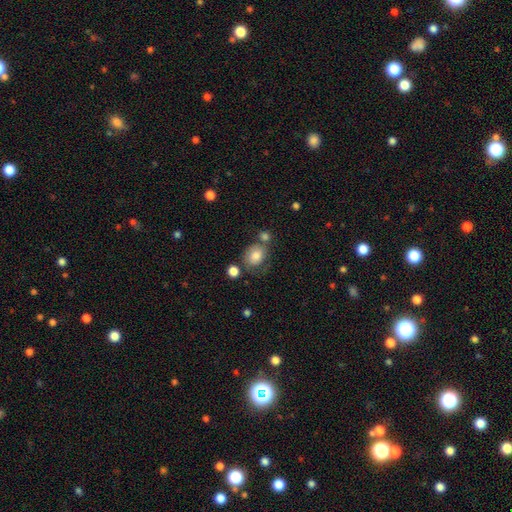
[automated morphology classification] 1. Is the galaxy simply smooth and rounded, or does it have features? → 78% smooth, 14% featured or disk, 9% star or artifact.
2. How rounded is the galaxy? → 53% round, 46% in between, 1% cigar-shaped.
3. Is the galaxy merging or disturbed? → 49% none, 22% minor disturbance, 17% merger, 13% major disturbance.